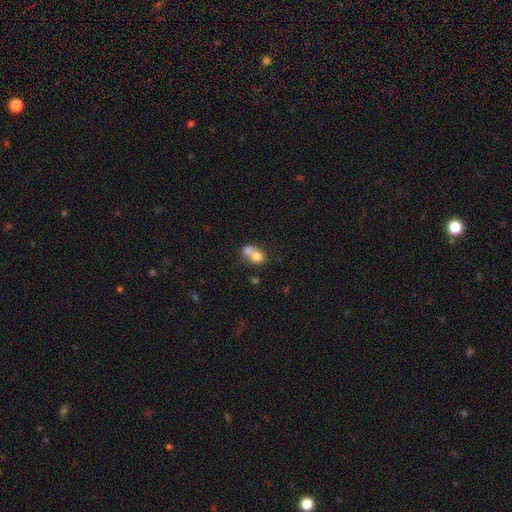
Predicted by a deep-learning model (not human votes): Q: Smooth or featured?
A: smooth (72%); runner-up: featured or disk (18%)
Q: How rounded?
A: round (59%); runner-up: in between (40%)
Q: Merging?
A: merger (69%); runner-up: none (21%)